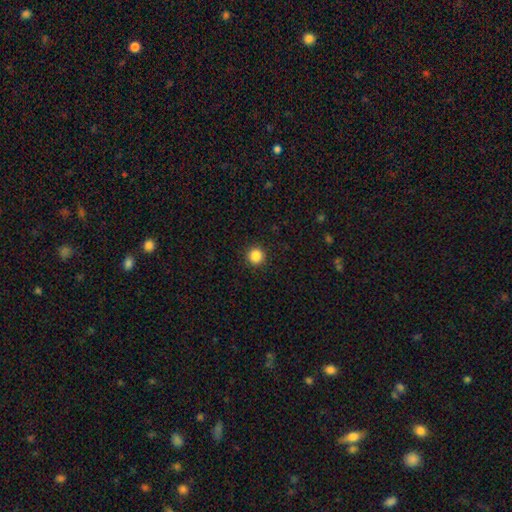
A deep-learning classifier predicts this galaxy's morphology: Smooth or featured? Predicted: smooth (p=0.87). How rounded? Predicted: round (p=0.96). Merging? Predicted: none (p=0.93).